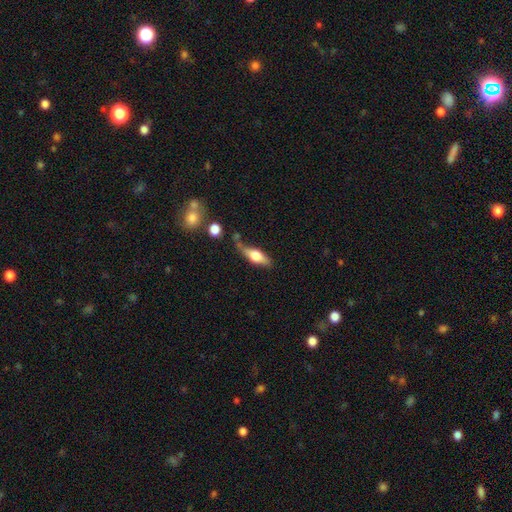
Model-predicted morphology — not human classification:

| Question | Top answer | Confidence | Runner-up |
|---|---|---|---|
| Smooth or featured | smooth | 57% | featured or disk (36%) |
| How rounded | in between | 57% | cigar-shaped (39%) |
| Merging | none | 49% | minor disturbance (27%) |